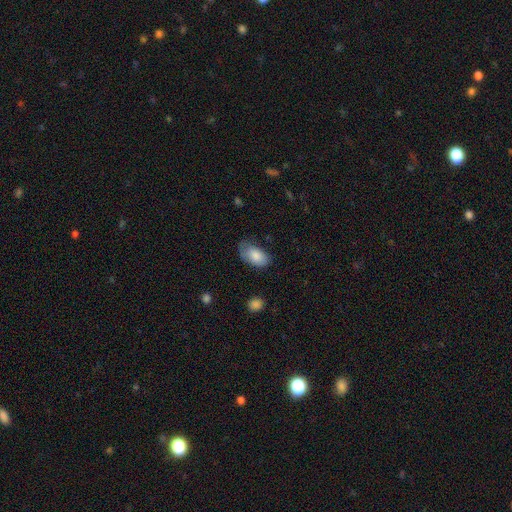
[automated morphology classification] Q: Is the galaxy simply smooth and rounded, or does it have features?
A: smooth — 82%.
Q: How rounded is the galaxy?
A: in between — 94%.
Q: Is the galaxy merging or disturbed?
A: none — 56%.